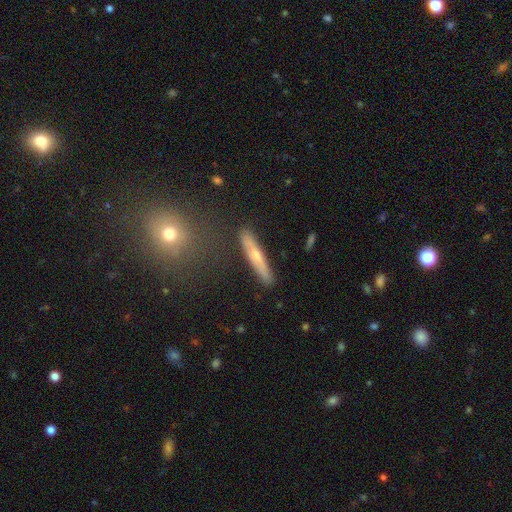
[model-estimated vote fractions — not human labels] This is possibly a smooth galaxy (50%). How rounded: clearly cigar-shaped (92%). Merging: clearly none (85%).